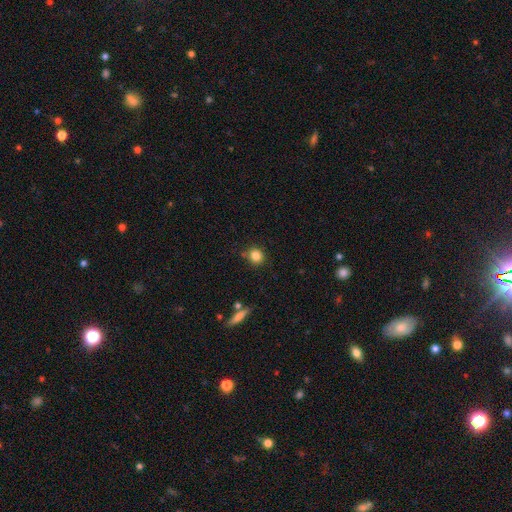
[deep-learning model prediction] The model was most divided on "merging": none: 80%, minor disturbance: 13%, merger: 4%, major disturbance: 3%. More confident: how rounded — round (86%); smooth or featured — smooth (84%).